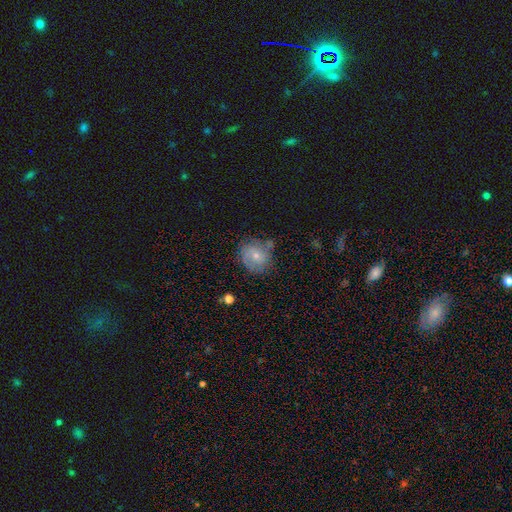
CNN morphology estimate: The model was most divided on "smooth or featured": smooth: 49%, featured or disk: 42%, star or artifact: 9%. More confident: merging — none (63%).